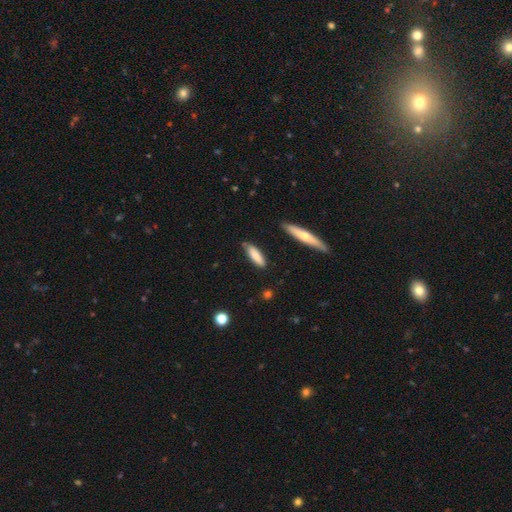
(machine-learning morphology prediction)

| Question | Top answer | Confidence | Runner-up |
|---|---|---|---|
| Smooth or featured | smooth | 80% | featured or disk (14%) |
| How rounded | cigar-shaped | 54% | in between (44%) |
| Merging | none | 81% | minor disturbance (14%) |